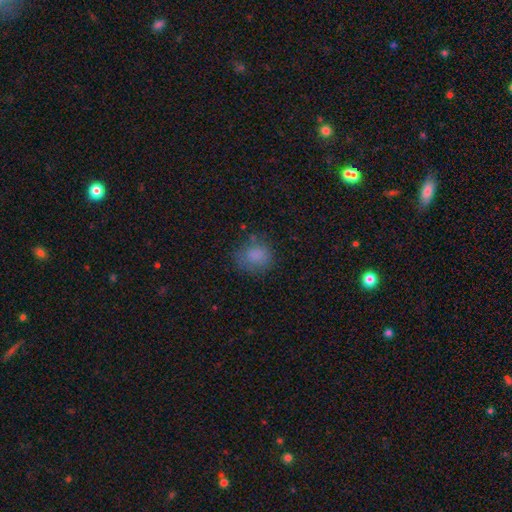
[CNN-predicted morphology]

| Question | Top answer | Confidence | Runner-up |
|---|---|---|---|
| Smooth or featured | smooth | 81% | star or artifact (11%) |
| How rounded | round | 68% | in between (31%) |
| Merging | none | 68% | minor disturbance (21%) |